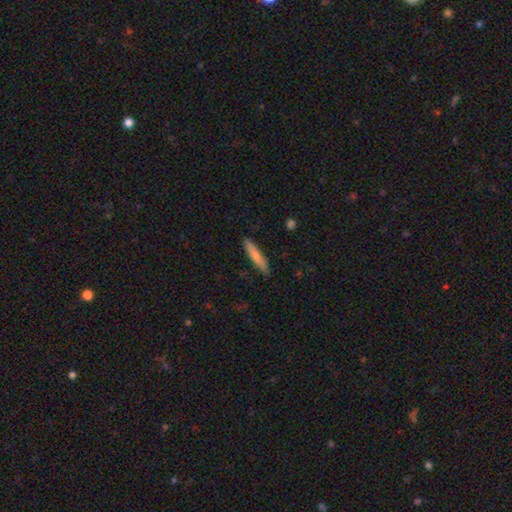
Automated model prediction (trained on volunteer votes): Overall: smooth (78%). How rounded: cigar-shaped (88%). Merging: none (88%).